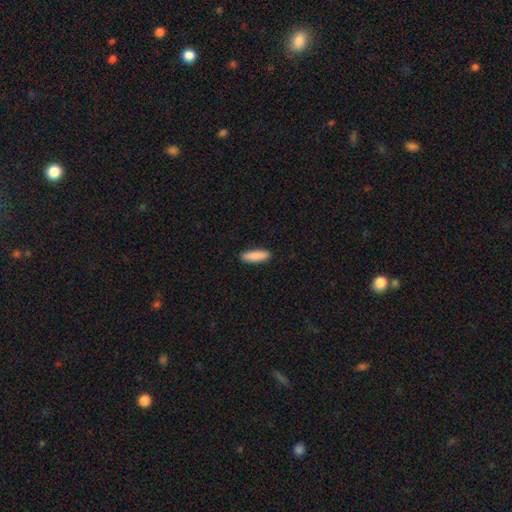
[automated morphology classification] A smooth galaxy with no disk features (90%) that is cigar-shaped (55%).

Vote fractions:
- Smooth or featured? smooth: 90% / star or artifact: 6% / featured or disk: 5%
- How rounded? cigar-shaped: 55% / in between: 43% / round: 2%
- Merging? none: 91% / minor disturbance: 7% / major disturbance: 2% / merger: 1%